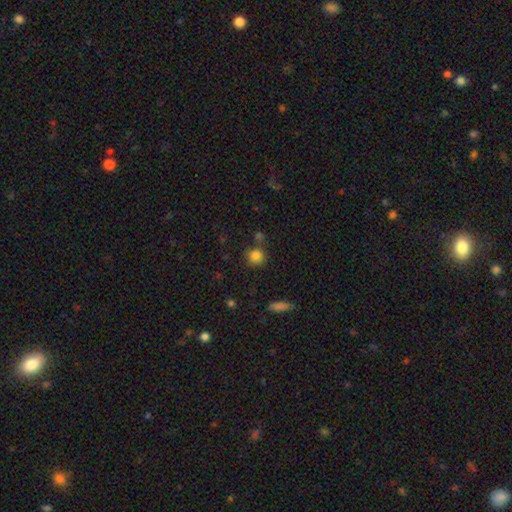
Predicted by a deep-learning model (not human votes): Smooth or featured? Predicted: smooth (p=0.83). How rounded? Predicted: round (p=0.88). Merging? Predicted: none (p=0.74).